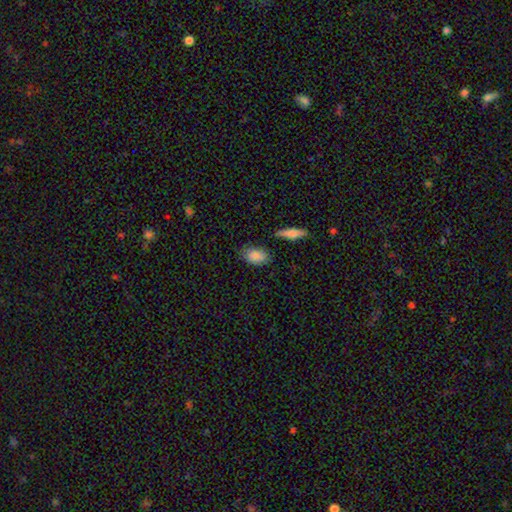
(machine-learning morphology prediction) Smooth or featured: smooth — 87% (star or artifact — 8%)
How rounded: in between — 87% (round — 10%)
Merging: none — 75% (minor disturbance — 18%)